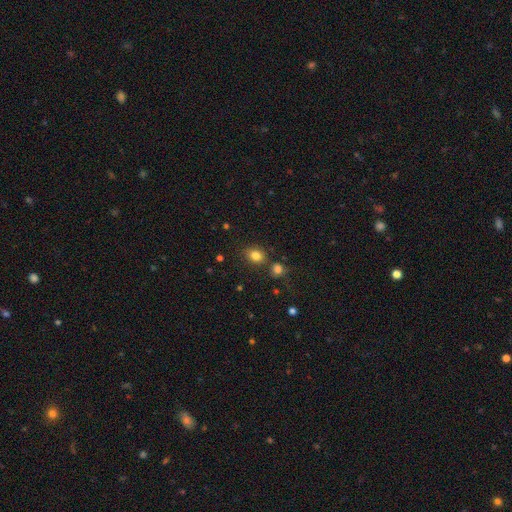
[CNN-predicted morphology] A smooth galaxy with no disk features (82%) that is in between round and cigar-shaped (54%). Merging: none (74%).